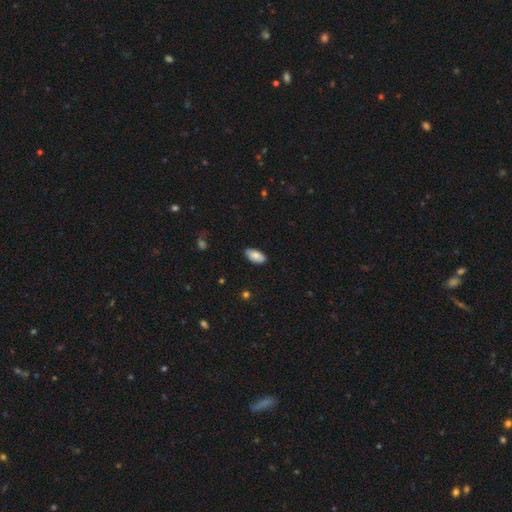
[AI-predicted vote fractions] smooth 80%, featured or disk 13%, star or artifact 7%. Down the decision tree: how rounded — in between (95%); merging — none (82%).